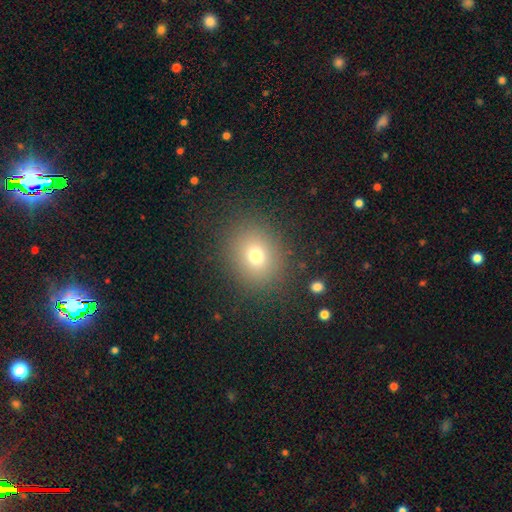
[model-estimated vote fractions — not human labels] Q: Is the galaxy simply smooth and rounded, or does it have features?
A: smooth — 72%.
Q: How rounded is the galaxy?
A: round — 65%.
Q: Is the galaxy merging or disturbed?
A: none — 85%.